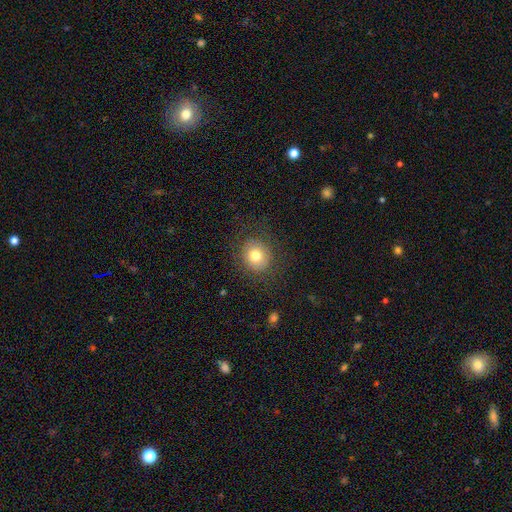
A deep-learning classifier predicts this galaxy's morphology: Q: Smooth or featured?
A: smooth (76%); runner-up: featured or disk (14%)
Q: How rounded?
A: round (81%); runner-up: in between (18%)
Q: Merging?
A: none (83%); runner-up: minor disturbance (10%)